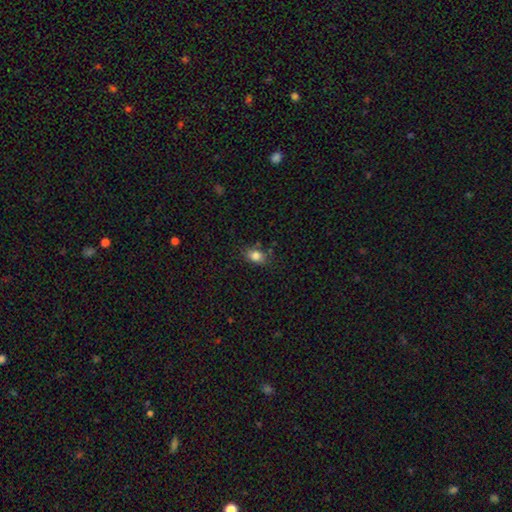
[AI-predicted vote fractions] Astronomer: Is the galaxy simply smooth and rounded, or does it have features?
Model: smooth — 83%.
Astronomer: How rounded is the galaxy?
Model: in between — 71%.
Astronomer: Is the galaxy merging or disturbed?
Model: none — 75%.